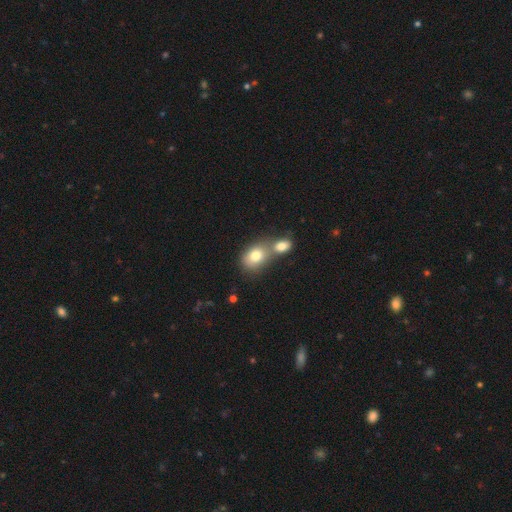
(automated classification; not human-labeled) This is likely a smooth galaxy (78%). How rounded: likely in between (68%). Merging: possibly merger (56%).